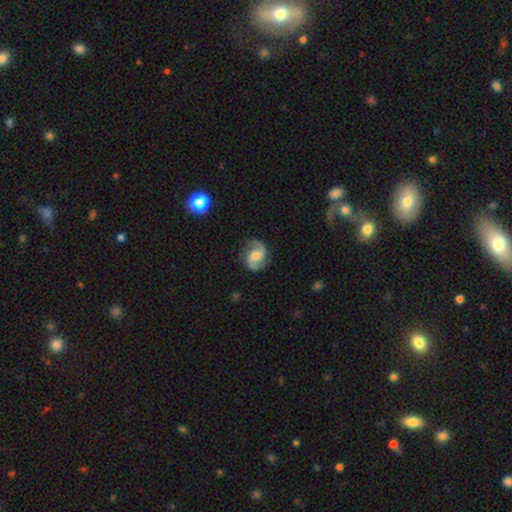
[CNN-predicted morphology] This is clearly a featured or disk galaxy (86%). It is clearly not viewed edge-on (98%). Bar: possibly no (56%). Spiral arm pattern: clearly yes (98%). Spiral arm count: clearly 2 (93%). Spiral winding: possibly medium (55%). Central bulge: possibly moderate (55%). Merging: clearly none (84%).